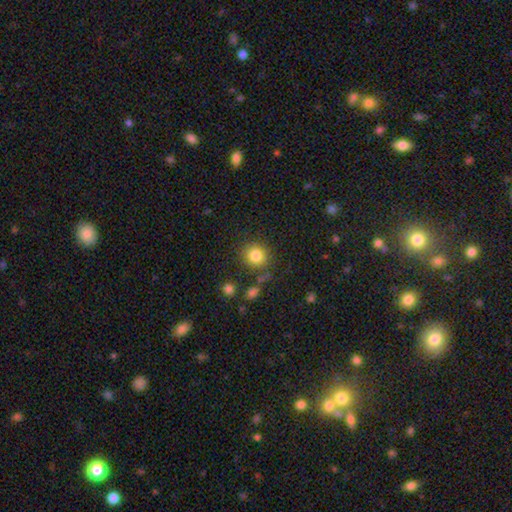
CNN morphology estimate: type=smooth (83%); roundness=round (89%); merging=none (81%).